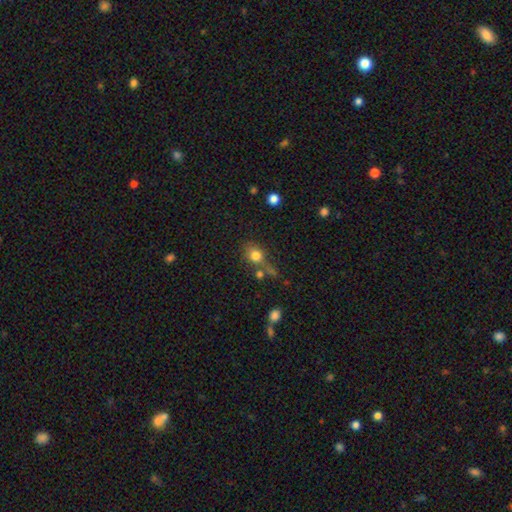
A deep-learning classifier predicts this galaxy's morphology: A smooth galaxy with no disk features (78%) that is round (63%). Merging: none (55%).